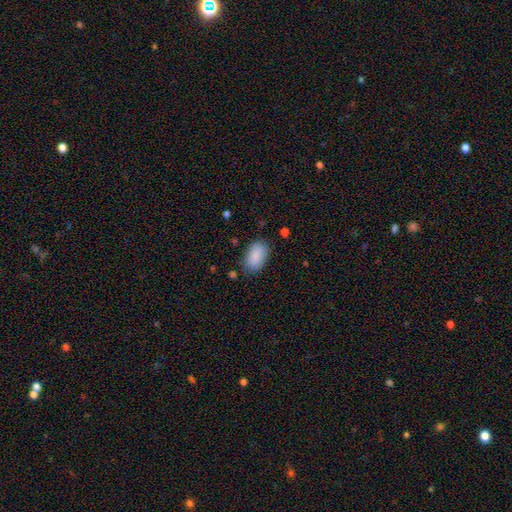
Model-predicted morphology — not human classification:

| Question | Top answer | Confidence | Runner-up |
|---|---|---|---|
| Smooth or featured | smooth | 88% | star or artifact (6%) |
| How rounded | in between | 92% | round (6%) |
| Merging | none | 77% | minor disturbance (18%) |